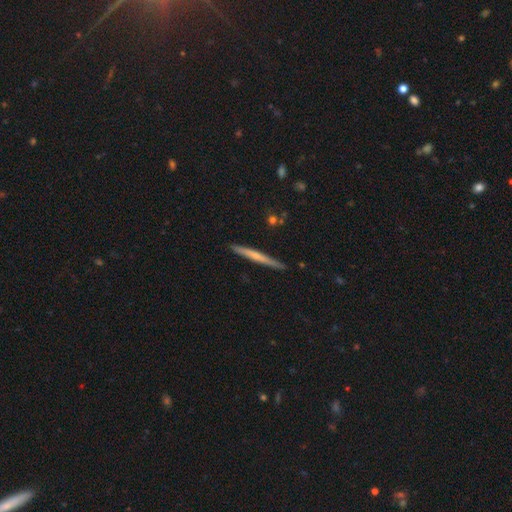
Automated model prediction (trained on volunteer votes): This is possibly a featured or disk galaxy (47%, tied with smooth). Merging: clearly none (88%).